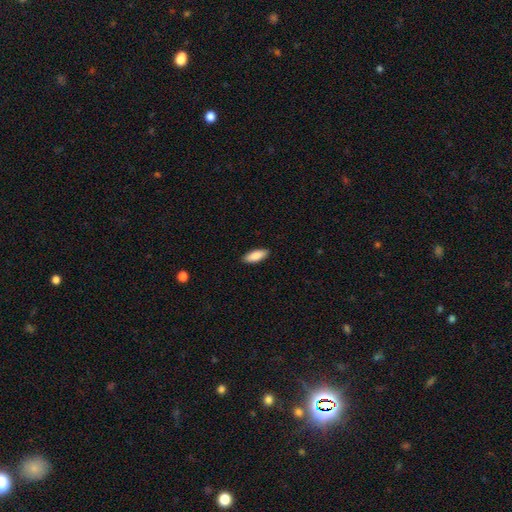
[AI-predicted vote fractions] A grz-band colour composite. It shows a smooth galaxy with no disk features (88%) that is in between round and cigar-shaped (74%). Merging: none (90%).